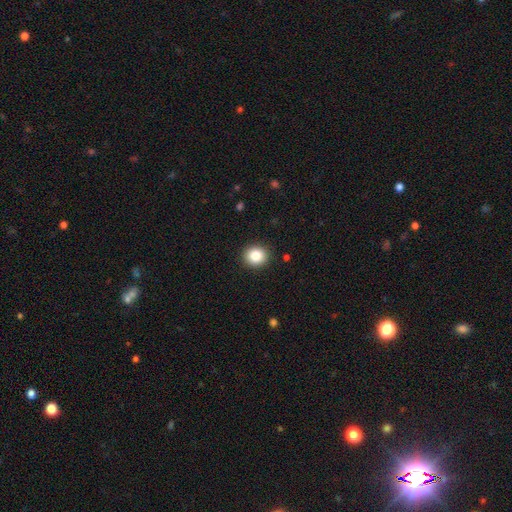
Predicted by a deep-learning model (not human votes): Smooth or featured? Predicted: smooth (p=0.86). How rounded? Predicted: round (p=0.82). Merging? Predicted: none (p=0.91).